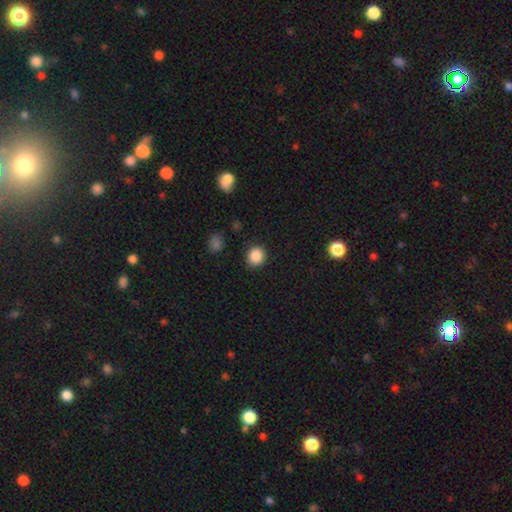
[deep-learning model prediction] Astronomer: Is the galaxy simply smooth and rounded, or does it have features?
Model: smooth — 87%.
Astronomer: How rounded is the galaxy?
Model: round — 85%.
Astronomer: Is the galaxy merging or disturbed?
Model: none — 89%.